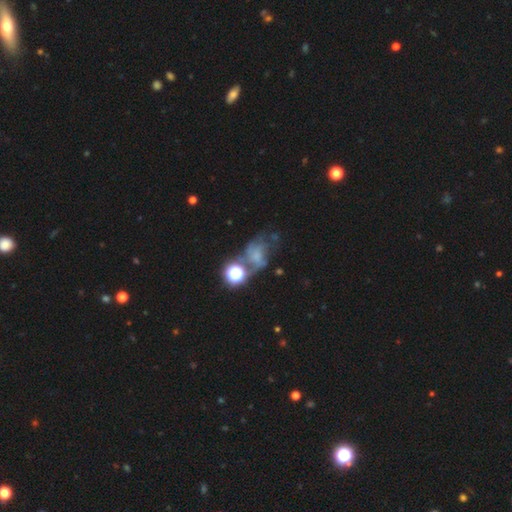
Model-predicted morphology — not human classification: Smooth or featured?
  - featured or disk: 40% *
  - smooth: 36%
  - star or artifact: 23%
Merging?
  - major disturbance: 32% *
  - none: 28%
  - merger: 20%
  - minor disturbance: 19%